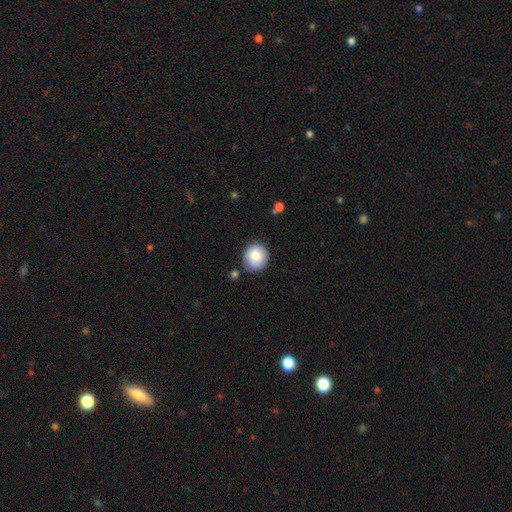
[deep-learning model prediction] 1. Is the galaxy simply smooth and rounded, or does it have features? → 85% smooth, 8% featured or disk, 7% star or artifact.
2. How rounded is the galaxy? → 82% round, 17% in between, 1% cigar-shaped.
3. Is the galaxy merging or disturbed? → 78% none, 15% minor disturbance, 4% merger, 3% major disturbance.